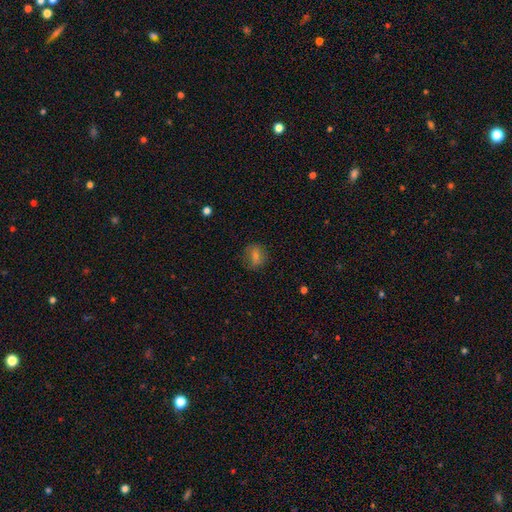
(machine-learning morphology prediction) Overall: smooth (63%). How rounded: round (71%). Merging: none (83%).